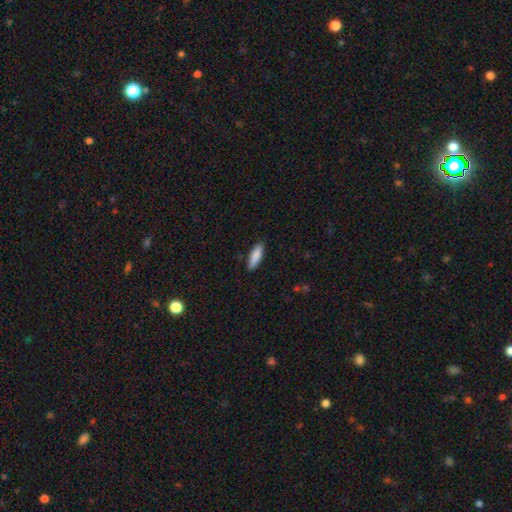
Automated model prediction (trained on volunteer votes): This appears to be a smooth galaxy with no disk features (87%) that is in between round and cigar-shaped (51%). Merging: none (87%).